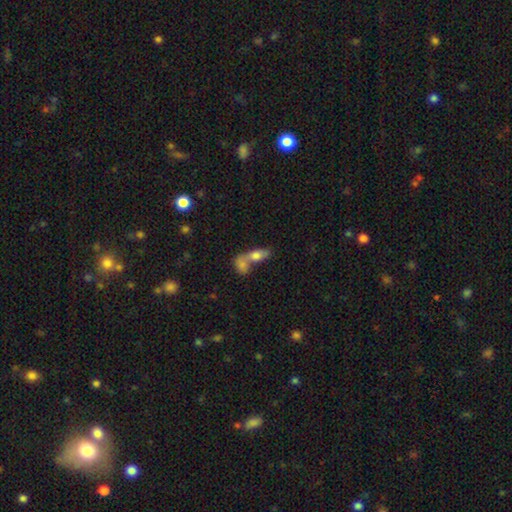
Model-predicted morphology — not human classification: Smooth or featured?
  - smooth: 72% *
  - featured or disk: 19%
  - star or artifact: 9%
How rounded?
  - in between: 74% *
  - cigar-shaped: 18%
  - round: 8%
Merging?
  - merger: 65% *
  - none: 25%
  - minor disturbance: 7%
  - major disturbance: 4%